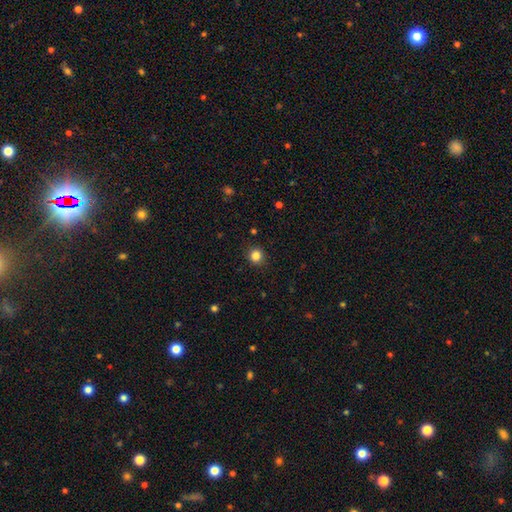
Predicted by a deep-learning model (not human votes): A smooth galaxy with no disk features (84%) that is round (90%). Merging: none (90%).